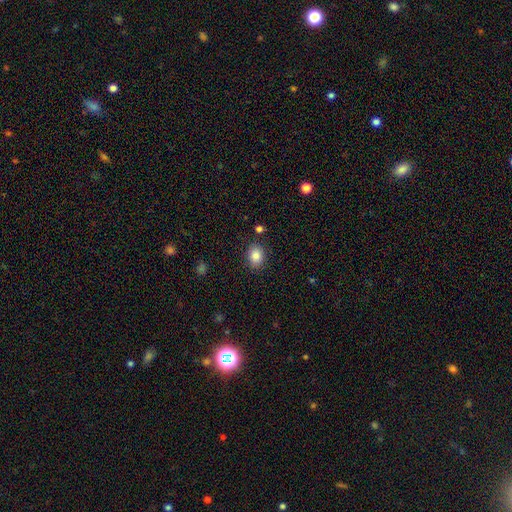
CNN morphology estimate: This appears to be a smooth galaxy with no disk features (85%) that is in between round and cigar-shaped (64%). Merging: none (85%).